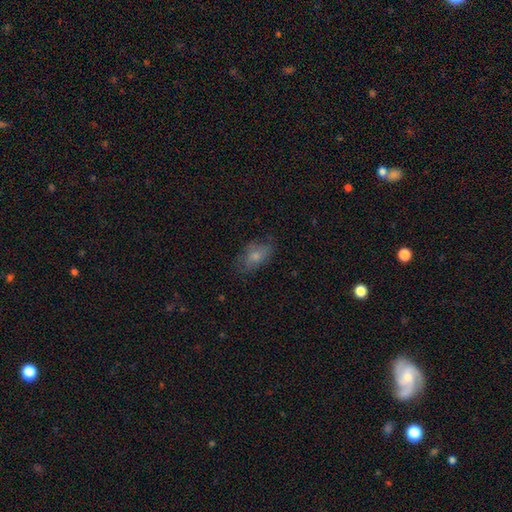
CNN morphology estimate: Overall: smooth (66%). How rounded: in between (87%). Merging: none (64%; minor disturbance 25%).